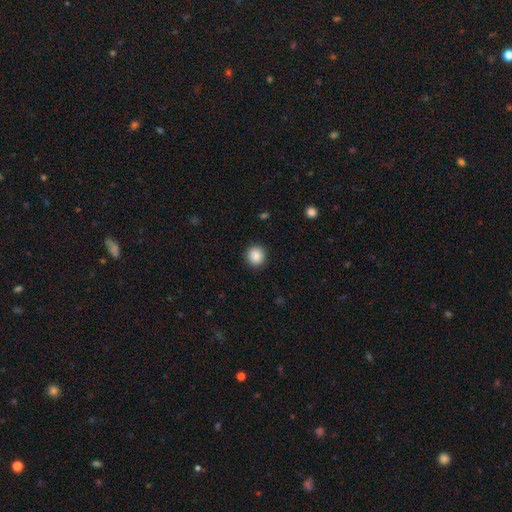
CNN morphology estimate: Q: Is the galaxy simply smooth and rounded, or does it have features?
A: smooth — 88%.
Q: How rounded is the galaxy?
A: round — 93%.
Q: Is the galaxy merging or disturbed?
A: none — 92%.